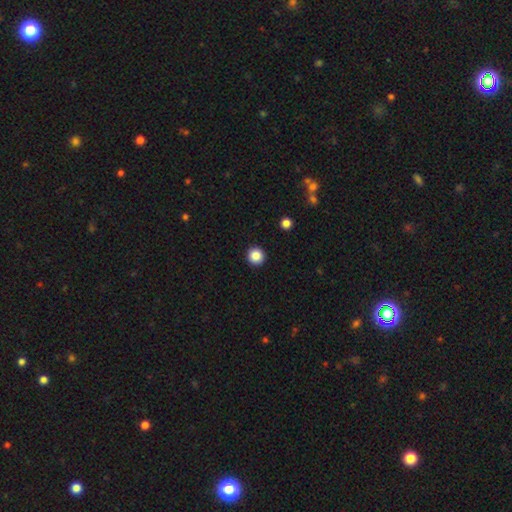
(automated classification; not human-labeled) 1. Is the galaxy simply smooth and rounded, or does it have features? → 86% smooth, 10% star or artifact, 3% featured or disk.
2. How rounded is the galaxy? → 96% round, 3% in between, 1% cigar-shaped.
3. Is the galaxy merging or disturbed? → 94% none, 4% minor disturbance, 1% major disturbance, 1% merger.